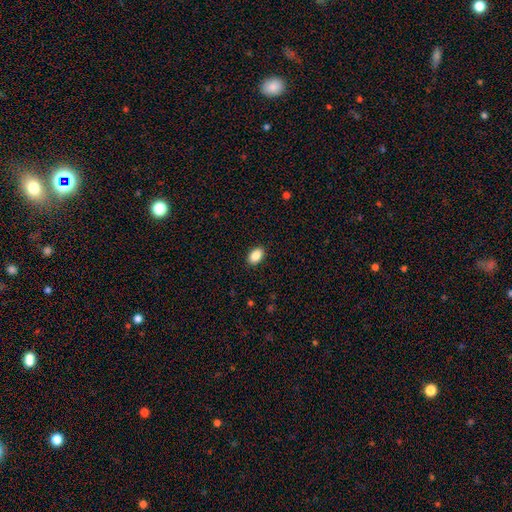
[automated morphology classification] Q: Smooth or featured?
A: smooth (88%); runner-up: star or artifact (8%)
Q: How rounded?
A: in between (88%); runner-up: round (10%)
Q: Merging?
A: none (90%); runner-up: minor disturbance (7%)